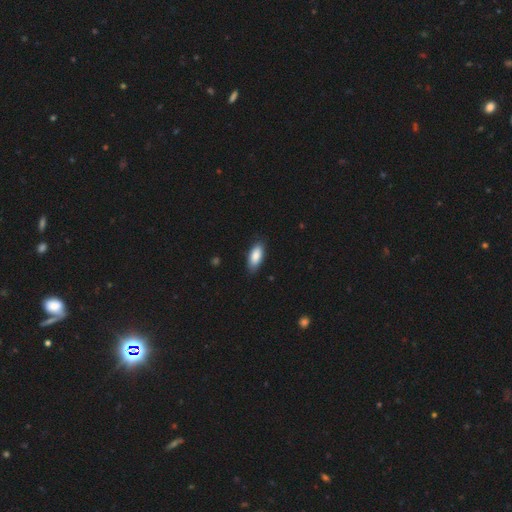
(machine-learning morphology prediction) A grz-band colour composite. It shows a smooth galaxy with no disk features (87%) that is in between round and cigar-shaped (85%). Merging: none (84%).